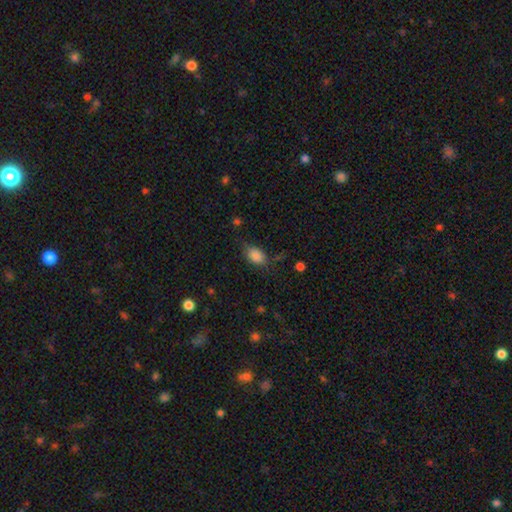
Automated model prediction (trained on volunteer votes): Smooth or featured?
  - smooth: 86% *
  - star or artifact: 9%
  - featured or disk: 6%
How rounded?
  - in between: 85% *
  - round: 14%
  - cigar-shaped: 2%
Merging?
  - none: 68% *
  - minor disturbance: 23%
  - major disturbance: 7%
  - merger: 2%